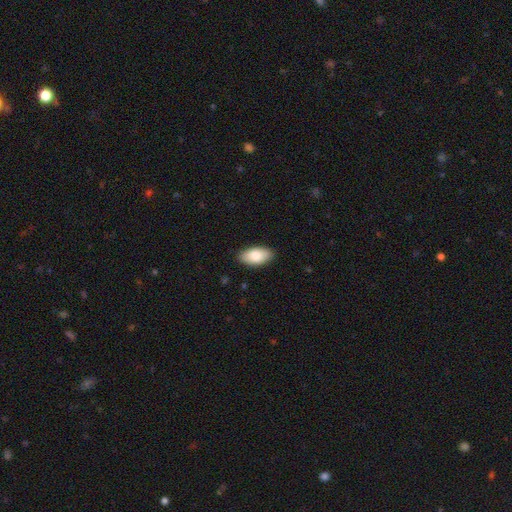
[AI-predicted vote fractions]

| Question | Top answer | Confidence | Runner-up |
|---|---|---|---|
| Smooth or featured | smooth | 84% | featured or disk (10%) |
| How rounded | in between | 94% | cigar-shaped (4%) |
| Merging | none | 87% | minor disturbance (10%) |